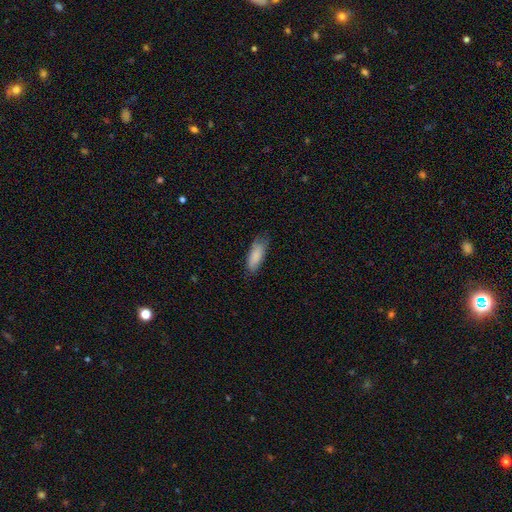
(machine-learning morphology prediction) Smooth or featured?
  - smooth: 84% *
  - featured or disk: 10%
  - star or artifact: 6%
How rounded?
  - in between: 69% *
  - cigar-shaped: 29%
  - round: 2%
Merging?
  - none: 68% *
  - minor disturbance: 25%
  - major disturbance: 5%
  - merger: 1%